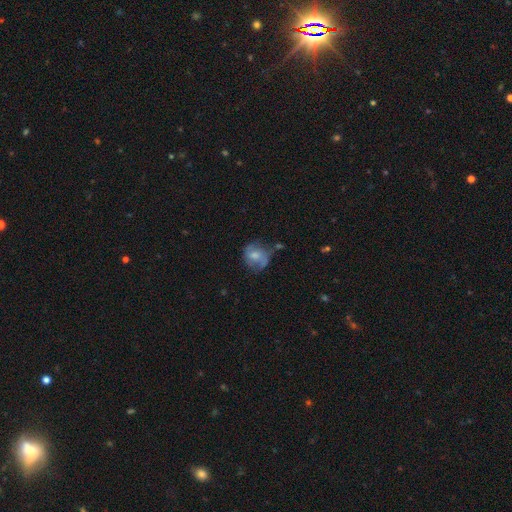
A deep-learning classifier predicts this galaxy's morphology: Overall: featured or disk (46%; smooth 45%). Merging: none (49%; minor disturbance 28%).